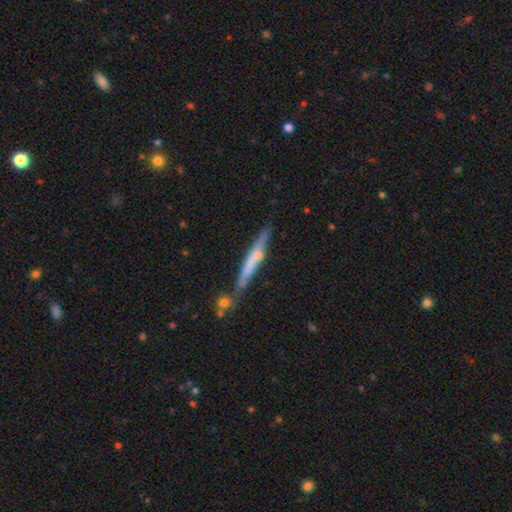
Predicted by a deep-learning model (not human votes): Smooth or featured? Predicted: featured or disk (p=0.55). Edge-on disk? Predicted: yes (p=0.93). Edge-on bulge? Predicted: none (p=0.57). Merging? Predicted: none (p=0.68).